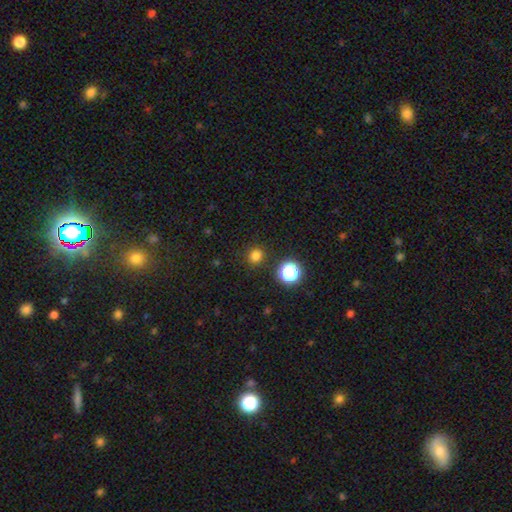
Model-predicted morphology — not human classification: Q: Smooth or featured?
A: smooth (78%); runner-up: star or artifact (18%)
Q: How rounded?
A: round (89%); runner-up: in between (10%)
Q: Merging?
A: none (90%); runner-up: minor disturbance (6%)